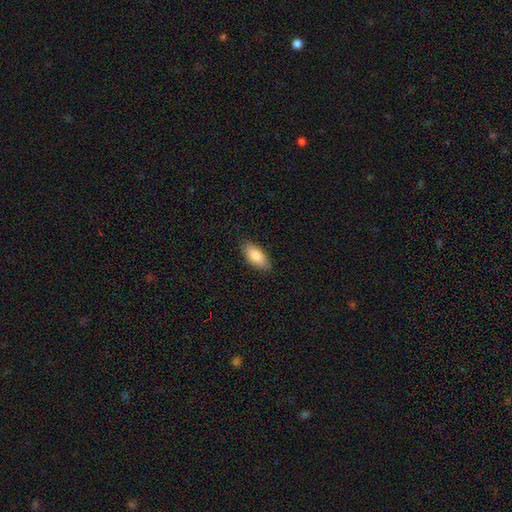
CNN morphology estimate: Overall: smooth (87%). How rounded: in between (84%). Merging: none (85%).